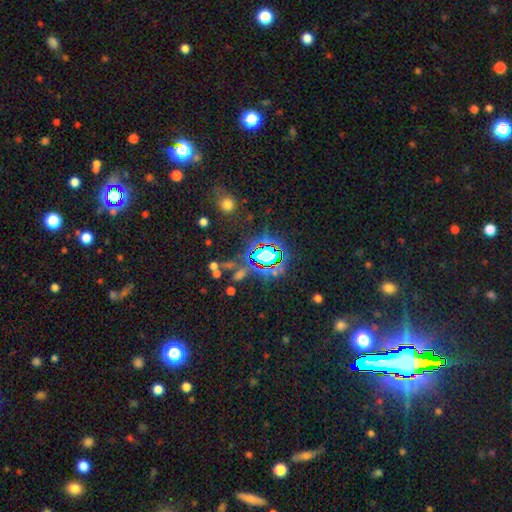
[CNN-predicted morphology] smooth-or-featured: star or artifact: 82% | smooth: 10% | featured or disk: 8%